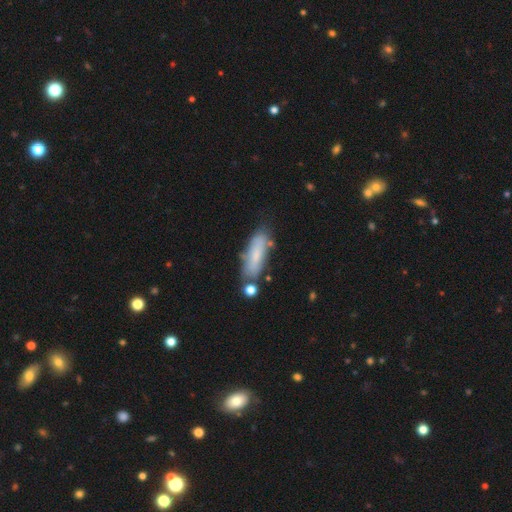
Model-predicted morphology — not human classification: A smooth galaxy with no disk features (62%) that is in between round and cigar-shaped (52%). Merging: none (64%).